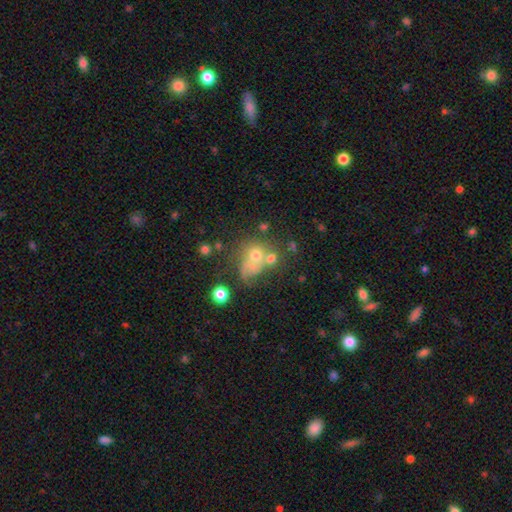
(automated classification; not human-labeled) A smooth galaxy with no disk features (55%) that is round (61%).

Vote fractions:
- Smooth or featured? smooth: 55% / featured or disk: 27% / star or artifact: 18%
- How rounded? round: 61% / in between: 38% / cigar-shaped: 1%
- Merging? merger: 33% / none: 30% / major disturbance: 21% / minor disturbance: 16%